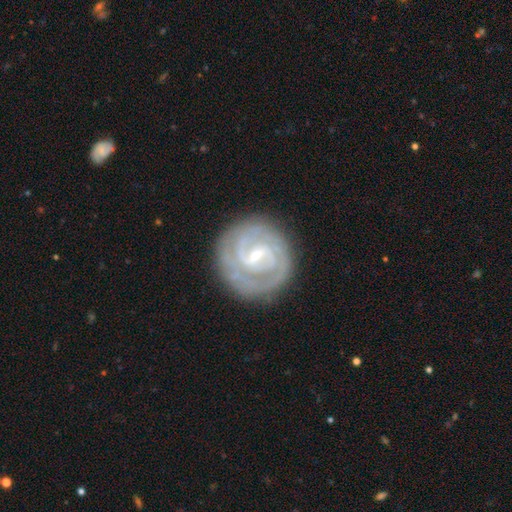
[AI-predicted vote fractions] This appears to be a featured or disk galaxy (86%) with a weak bar (53%), 2 (63%) tight (72%) spiral arms (96%) and a small central bulge (72%). Merging: none (82%).